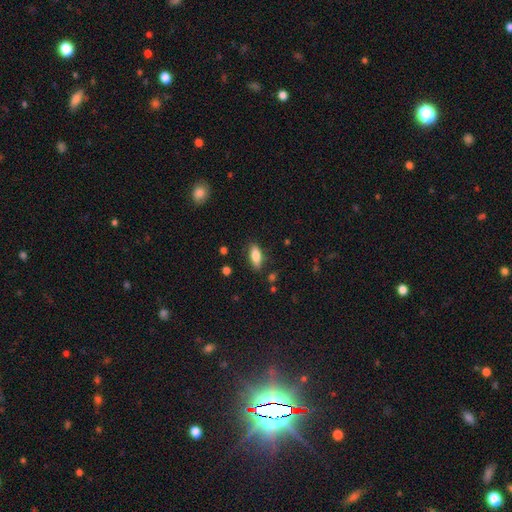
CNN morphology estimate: This is likely a smooth galaxy (79%). How rounded: likely in between (77%). Merging: clearly none (83%).